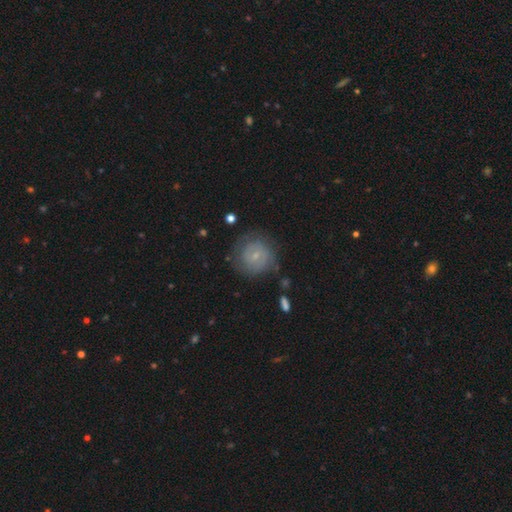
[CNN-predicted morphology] Smooth or featured? Predicted: featured or disk (p=0.54). Edge-on disk? Predicted: no (p=0.97). Bar? Predicted: no (p=0.53). Spiral arms? Predicted: yes (p=0.78). Bulge size? Predicted: small (p=0.72). Merging? Predicted: none (p=0.71).